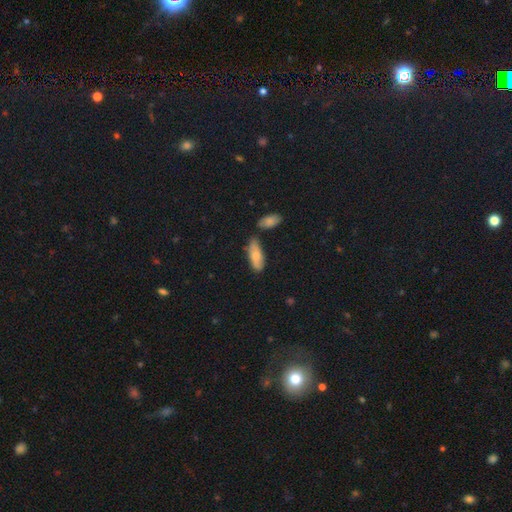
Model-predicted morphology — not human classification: smooth-or-featured: smooth: 75% | featured or disk: 19% | star or artifact: 6%
  how-rounded: in between: 71% | cigar-shaped: 27% | round: 2%
  merging: none: 64% | minor disturbance: 20% | merger: 12% | major disturbance: 4%